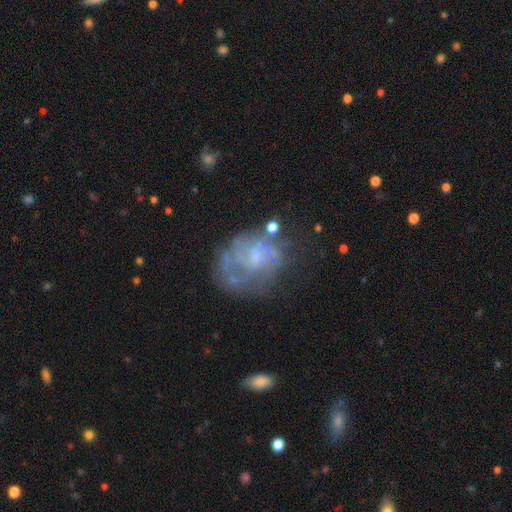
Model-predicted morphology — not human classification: A featured or disk galaxy (66%) with no bar (66%), spiral arms (62%) and no central bulge (38%).

Vote fractions:
- Smooth or featured? featured or disk: 66% / smooth: 24% / star or artifact: 10%
- Edge-on disk? no: 98% / yes: 2%
- Bar? no: 66% / weak: 30% / strong: 4%
- Spiral arms? yes: 62% / no: 38%
- Bulge size? none: 38% / small: 35% / moderate: 23% / large: 3% / dominant: 1%
- Merging? none: 49% / minor disturbance: 23% / major disturbance: 22% / merger: 6%